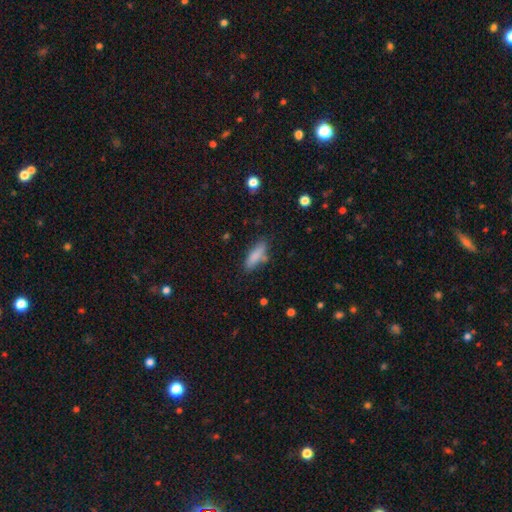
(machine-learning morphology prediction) smooth-or-featured: smooth: 83% | featured or disk: 9% | star or artifact: 7%
  how-rounded: in between: 53% | cigar-shaped: 45% | round: 2%
  merging: none: 71% | minor disturbance: 18% | merger: 6% | major disturbance: 5%